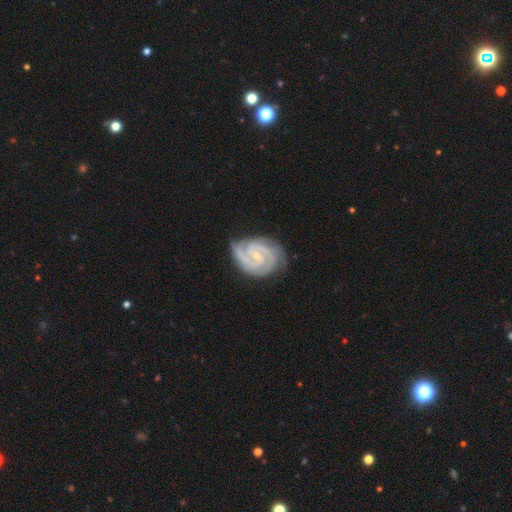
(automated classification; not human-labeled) Smooth or featured?
  - featured or disk: 93% *
  - star or artifact: 4%
  - smooth: 3%
Edge-on disk?
  - no: 98% *
  - yes: 2%
Bar?
  - no: 44% *
  - weak: 42%
  - strong: 14%
Spiral arms?
  - yes: 99% *
  - no: 1%
Spiral winding?
  - tight: 70% *
  - medium: 27%
  - loose: 3%
Spiral arm count?
  - 2: 51% *
  - 3: 32%
  - can't tell: 5%
  - 4: 5%
  - 1: 3%
  - more than 4: 3%
Bulge size?
  - small: 72% *
  - moderate: 24%
  - none: 2%
  - large: 1%
  - dominant: 1%
Merging?
  - none: 77% *
  - minor disturbance: 18%
  - major disturbance: 4%
  - merger: 1%